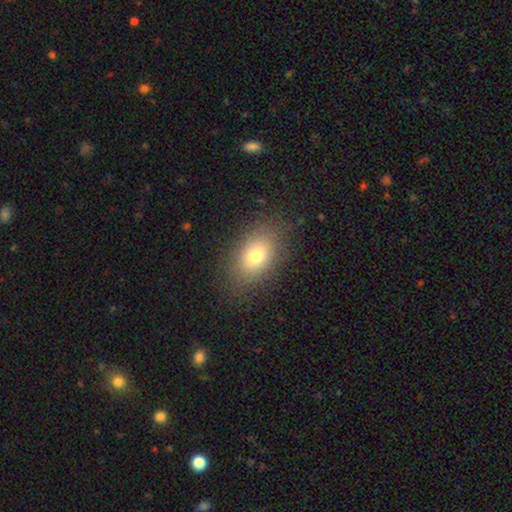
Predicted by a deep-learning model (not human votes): smooth 76%, featured or disk 13%, star or artifact 11%. Down the decision tree: how rounded — in between (80%); merging — none (83%).